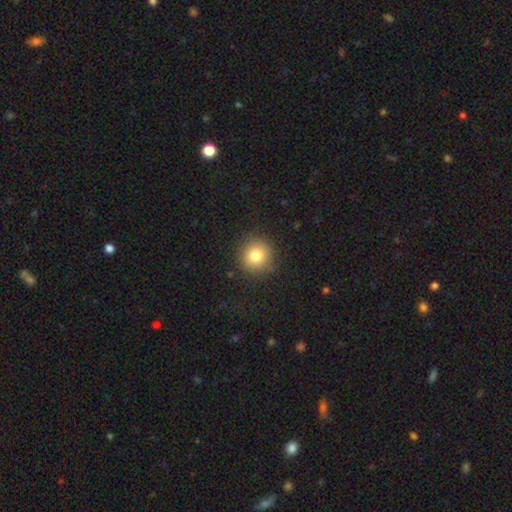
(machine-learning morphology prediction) smooth_or_featured: smooth (p=0.81) [alt: star or artifact p=0.11]
how_rounded: round (p=0.91) [alt: in between p=0.08]
merging: none (p=0.87) [alt: minor disturbance p=0.09]